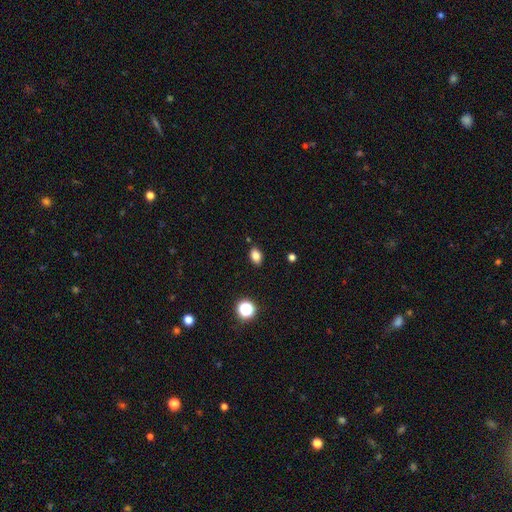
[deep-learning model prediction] Overall: smooth (82%). How rounded: in between (81%). Merging: none (86%).